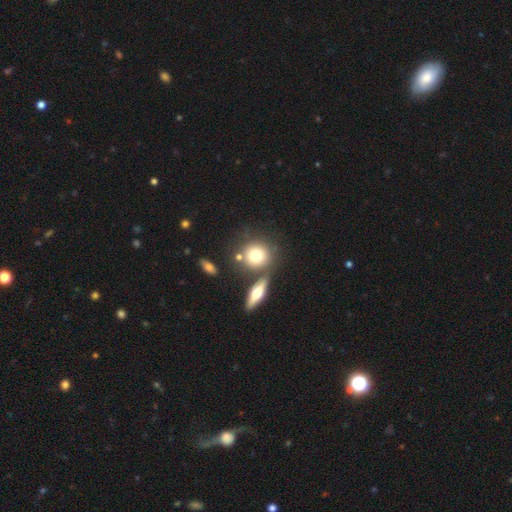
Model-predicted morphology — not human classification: Q: Smooth or featured?
A: smooth (74%); runner-up: featured or disk (17%)
Q: How rounded?
A: round (81%); runner-up: in between (17%)
Q: Merging?
A: none (64%); runner-up: merger (22%)